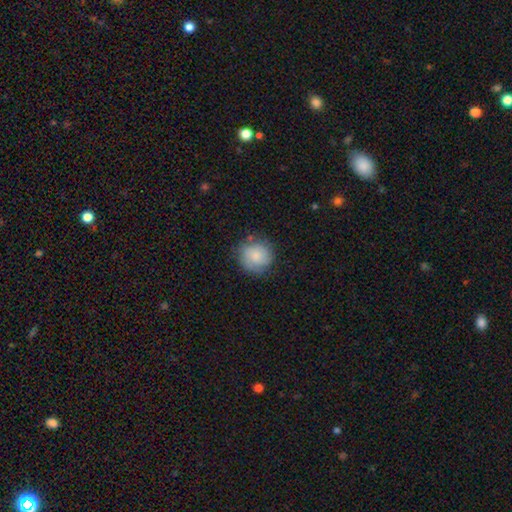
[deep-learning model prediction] A smooth galaxy with no disk features (71%) that is round (89%). Merging: none (73%).